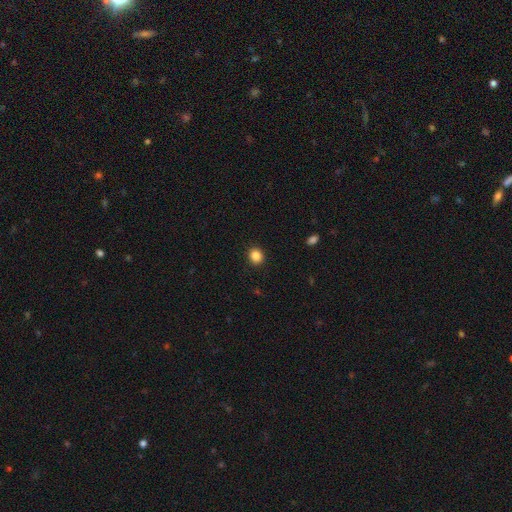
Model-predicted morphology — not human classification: smooth_or_featured: smooth (p=0.87) [alt: star or artifact p=0.10]
how_rounded: round (p=0.74) [alt: in between p=0.25]
merging: none (p=0.91) [alt: minor disturbance p=0.06]